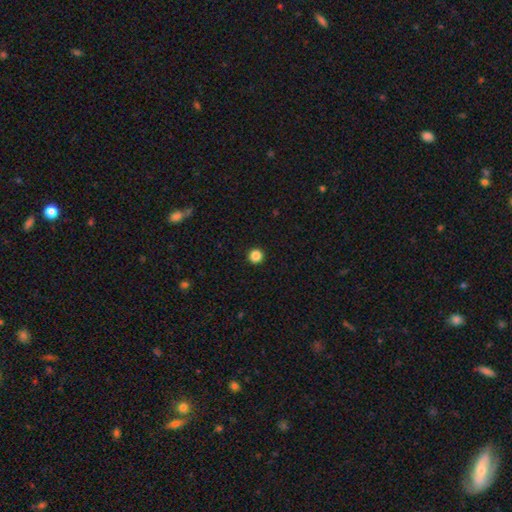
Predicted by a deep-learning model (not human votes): smooth_or_featured: smooth (p=0.87) [alt: star or artifact p=0.10]
how_rounded: round (p=0.96) [alt: in between p=0.03]
merging: none (p=0.94) [alt: minor disturbance p=0.04]